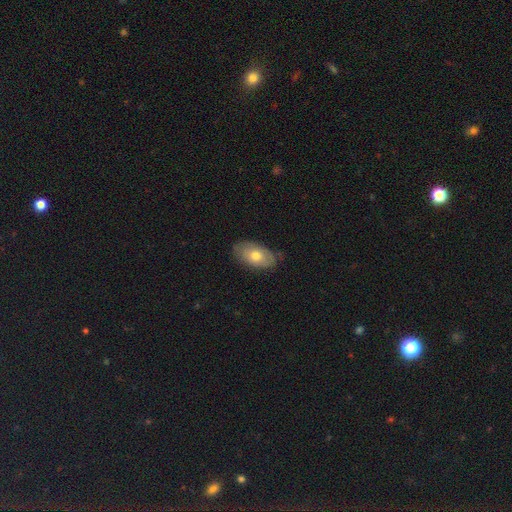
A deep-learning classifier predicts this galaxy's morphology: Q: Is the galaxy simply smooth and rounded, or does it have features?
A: smooth — 65%.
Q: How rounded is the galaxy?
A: in between — 93%.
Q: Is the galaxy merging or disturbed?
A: none — 78%.